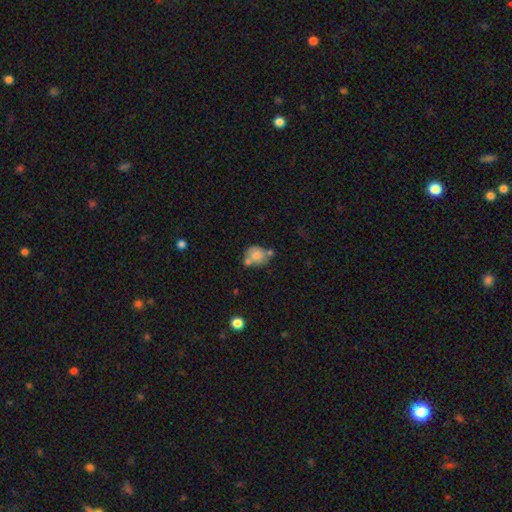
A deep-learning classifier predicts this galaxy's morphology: smooth-or-featured: smooth: 71% | featured or disk: 20% | star or artifact: 9%
  how-rounded: round: 62% | in between: 37% | cigar-shaped: 1%
  merging: none: 41% | merger: 31% | minor disturbance: 20% | major disturbance: 8%